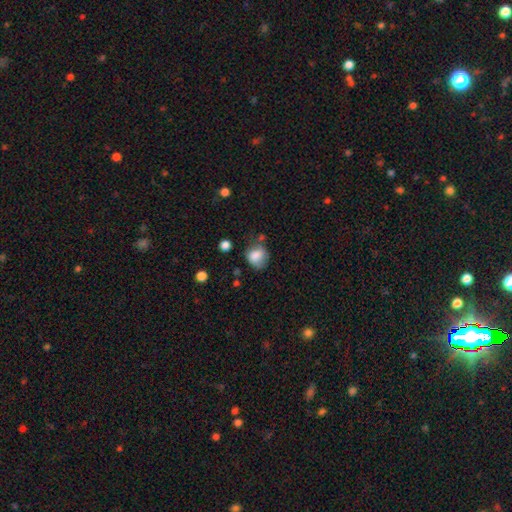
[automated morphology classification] Smooth or featured? smooth (81%)
How rounded? round (61%)
Merging? none (49%)